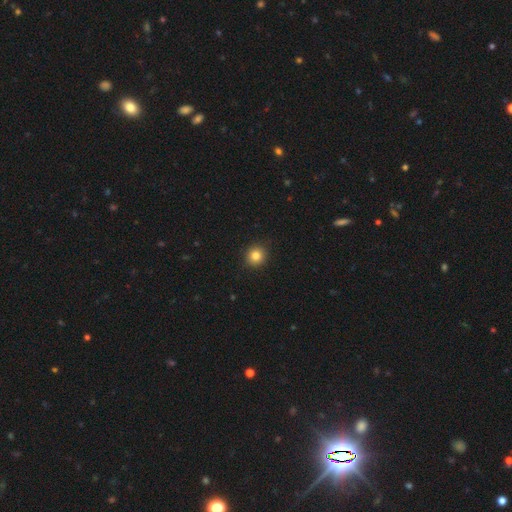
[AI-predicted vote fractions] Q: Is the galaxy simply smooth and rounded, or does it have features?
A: smooth — 83%.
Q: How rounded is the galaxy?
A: round — 92%.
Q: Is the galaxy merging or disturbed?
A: none — 92%.